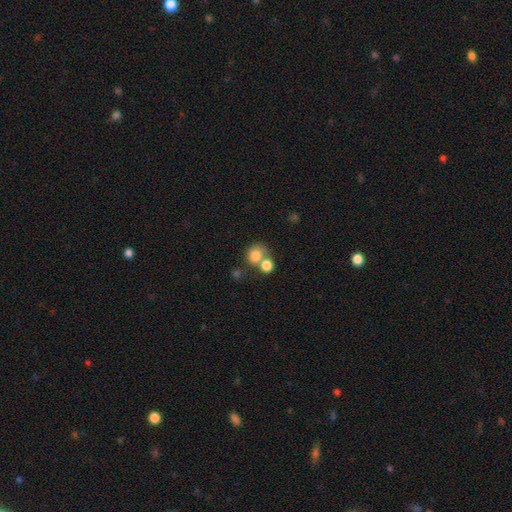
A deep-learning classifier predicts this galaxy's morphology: This appears to be a smooth galaxy with no disk features (79%) that is round (74%). Merging: merger (45%).